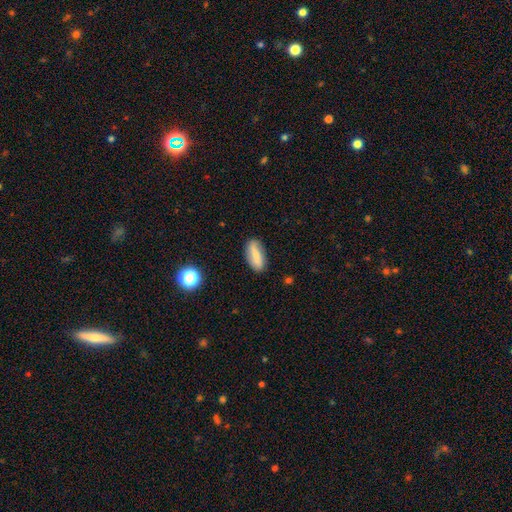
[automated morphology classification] smooth-or-featured: smooth: 71% | featured or disk: 21% | star or artifact: 8%
  how-rounded: in between: 77% | cigar-shaped: 19% | round: 3%
  merging: none: 83% | minor disturbance: 13% | major disturbance: 3% | merger: 2%